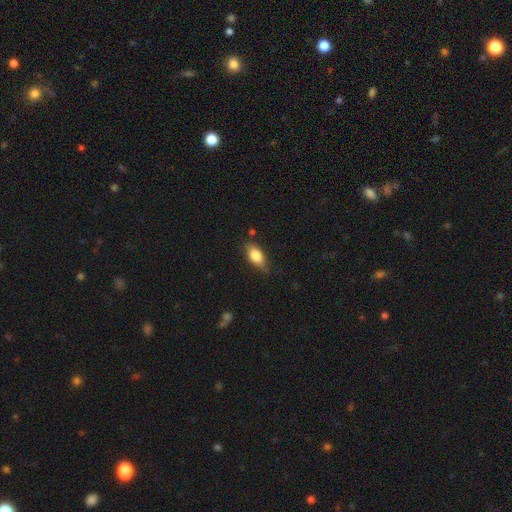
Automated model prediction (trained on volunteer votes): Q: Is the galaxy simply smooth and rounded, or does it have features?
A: smooth — 78%.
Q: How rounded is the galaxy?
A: in between — 84%.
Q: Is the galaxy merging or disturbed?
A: none — 74%.